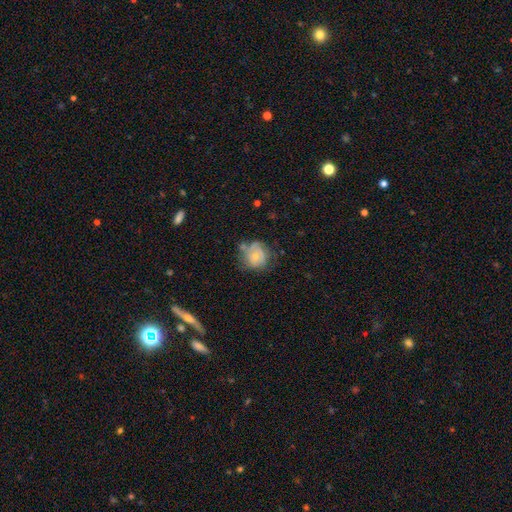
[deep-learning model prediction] Morphology: type=featured or disk (48%); merging=none (49%).